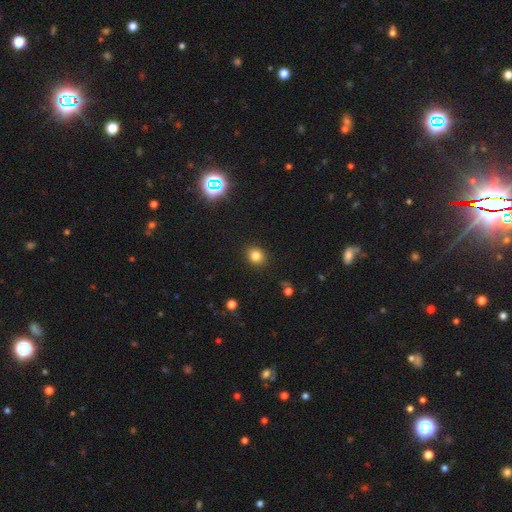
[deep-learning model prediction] Overall: smooth (81%). How rounded: round (82%). Merging: none (90%).